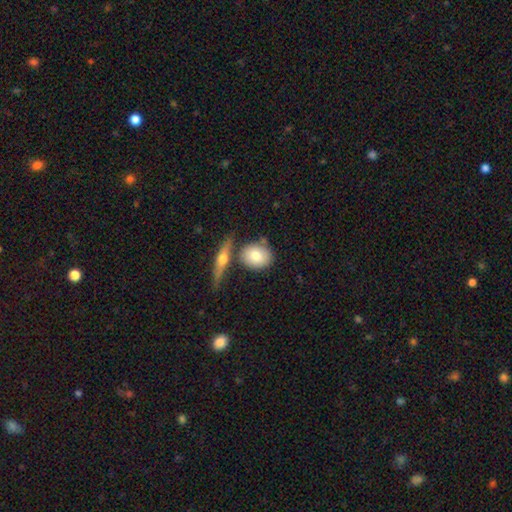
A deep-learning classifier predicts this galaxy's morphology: This is likely a smooth galaxy (75%). How rounded: possibly round (58%). Merging: likely none (63%).